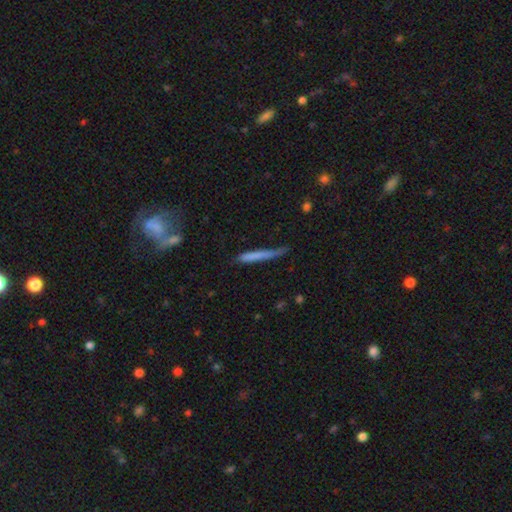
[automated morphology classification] The model was most divided on "merging": none: 60%, minor disturbance: 27%, major disturbance: 9%, merger: 4%. More confident: how rounded — cigar-shaped (95%); smooth or featured — smooth (67%).